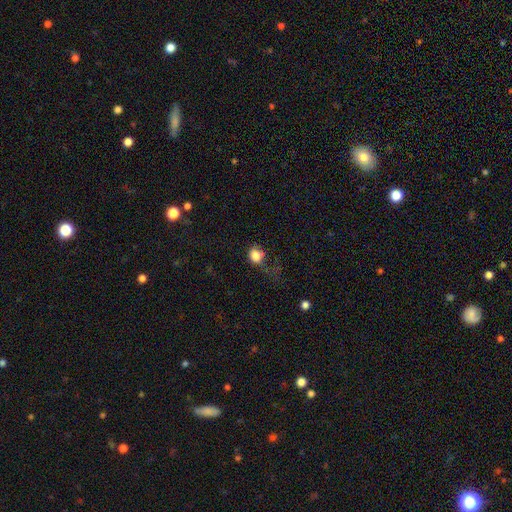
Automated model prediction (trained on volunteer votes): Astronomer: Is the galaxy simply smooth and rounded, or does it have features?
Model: smooth — 83%.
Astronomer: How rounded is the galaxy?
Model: round — 67%.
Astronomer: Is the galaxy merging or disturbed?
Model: none — 44% (runner-up: minor disturbance, 27%).